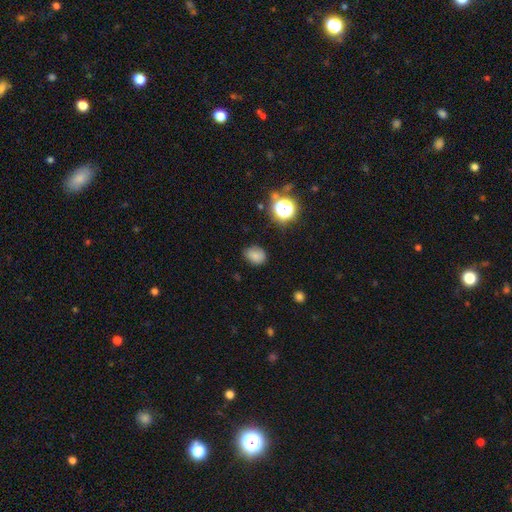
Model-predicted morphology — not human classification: Overall: smooth (77%). How rounded: in between (57%; round 42%). Merging: none (76%).